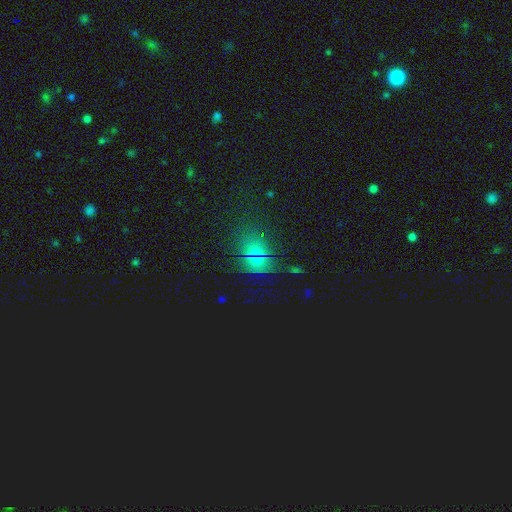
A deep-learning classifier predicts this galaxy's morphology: type=star or artifact (45%).